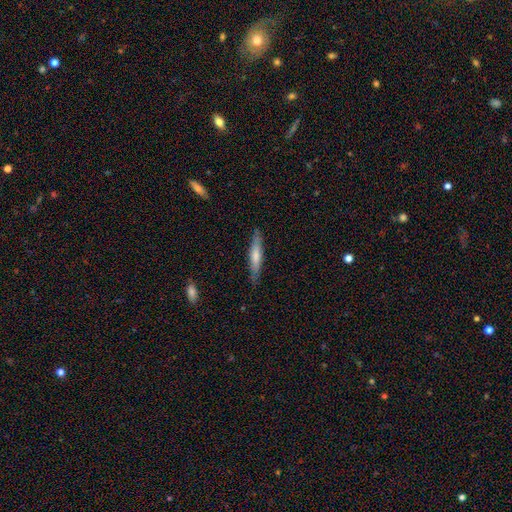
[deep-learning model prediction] smooth_or_featured: smooth (p=0.61) [alt: featured or disk p=0.33]
how_rounded: cigar-shaped (p=0.90) [alt: in between p=0.09]
merging: none (p=0.84) [alt: minor disturbance p=0.12]